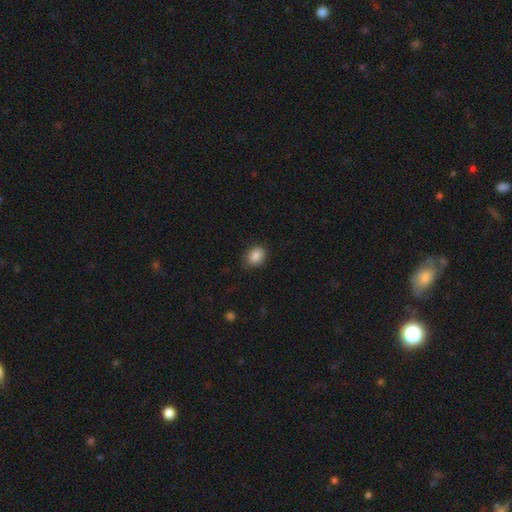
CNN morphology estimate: Q: Smooth or featured?
A: smooth (87%); runner-up: star or artifact (9%)
Q: How rounded?
A: in between (60%); runner-up: round (39%)
Q: Merging?
A: none (83%); runner-up: minor disturbance (14%)